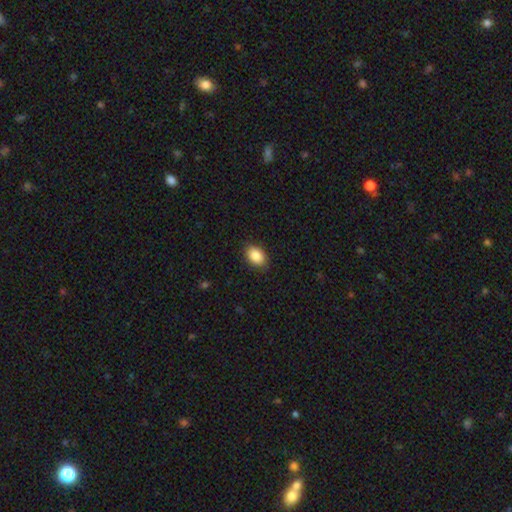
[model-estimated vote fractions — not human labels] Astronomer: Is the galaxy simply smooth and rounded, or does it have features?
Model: smooth — 87%.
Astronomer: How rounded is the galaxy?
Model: in between — 82%.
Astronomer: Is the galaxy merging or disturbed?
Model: none — 87%.